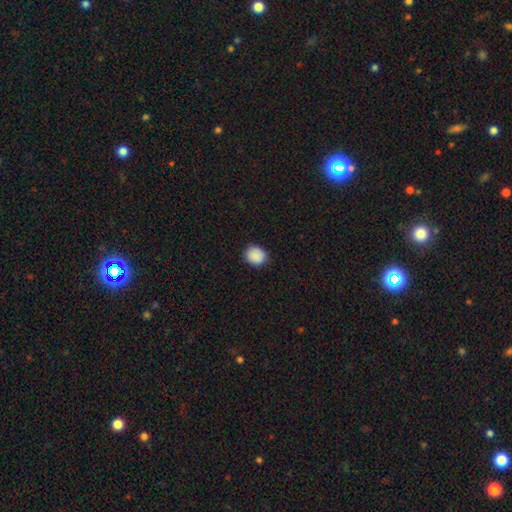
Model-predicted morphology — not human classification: Smooth or featured: smooth — 89% (star or artifact — 8%)
How rounded: round — 69% (in between — 30%)
Merging: none — 87% (minor disturbance — 10%)